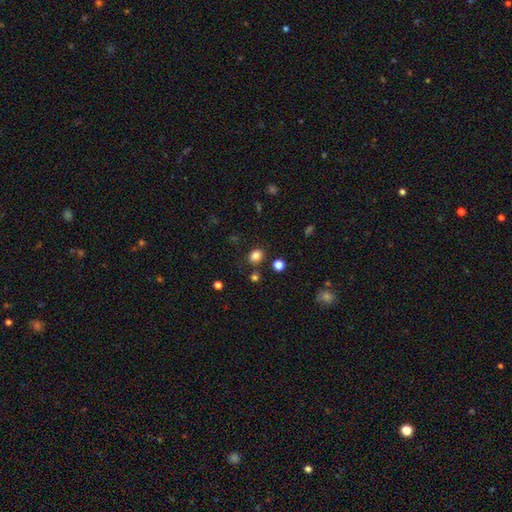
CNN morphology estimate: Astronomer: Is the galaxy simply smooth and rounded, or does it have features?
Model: smooth — 82%.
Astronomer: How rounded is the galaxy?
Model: round — 55% (runner-up: in between, 44%).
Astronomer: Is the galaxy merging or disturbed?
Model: none — 80%.